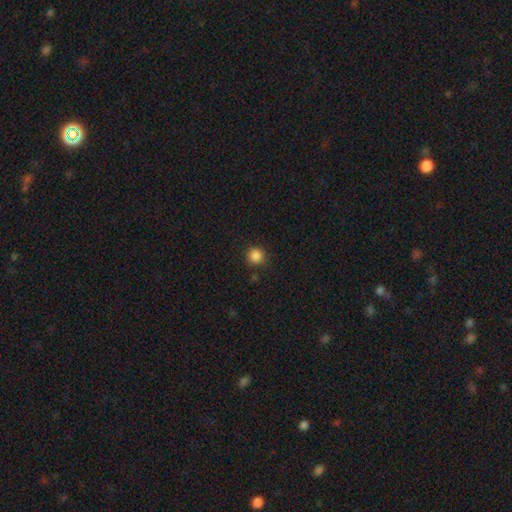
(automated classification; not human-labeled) Smooth or featured?
  - smooth: 85% *
  - star or artifact: 12%
  - featured or disk: 3%
How rounded?
  - round: 94% *
  - in between: 5%
  - cigar-shaped: 1%
Merging?
  - none: 89% *
  - minor disturbance: 7%
  - major disturbance: 2%
  - merger: 2%